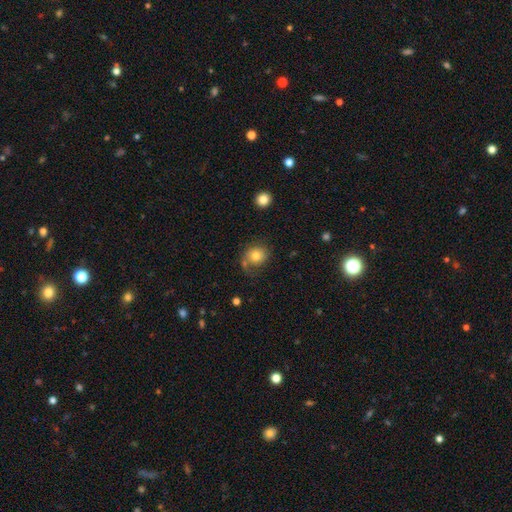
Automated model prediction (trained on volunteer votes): The model was most divided on "merging": none: 56%, minor disturbance: 21%, major disturbance: 15%, merger: 8%. More confident: how rounded — round (75%); smooth or featured — smooth (73%).